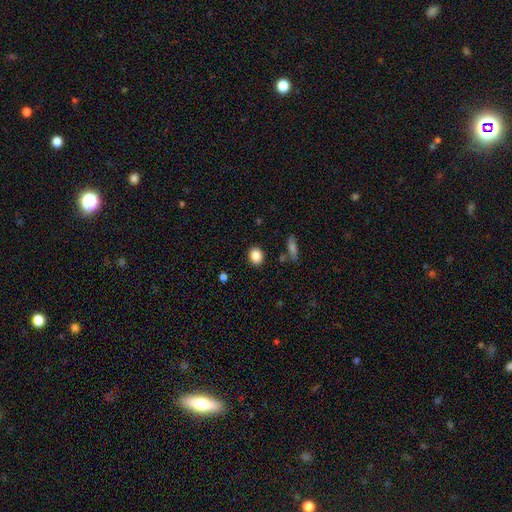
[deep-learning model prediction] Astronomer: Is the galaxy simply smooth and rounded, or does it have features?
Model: smooth — 86%.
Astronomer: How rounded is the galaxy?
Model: in between — 51% (runner-up: round, 48%).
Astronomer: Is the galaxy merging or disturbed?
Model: none — 87%.